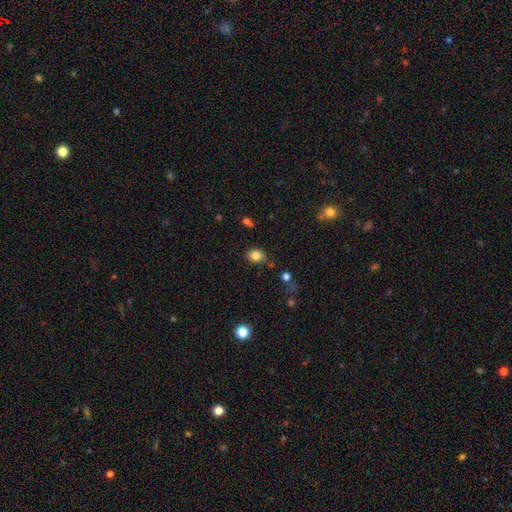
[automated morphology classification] Q: Smooth or featured?
A: smooth (83%); runner-up: star or artifact (11%)
Q: How rounded?
A: round (54%); runner-up: in between (45%)
Q: Merging?
A: none (84%); runner-up: minor disturbance (10%)